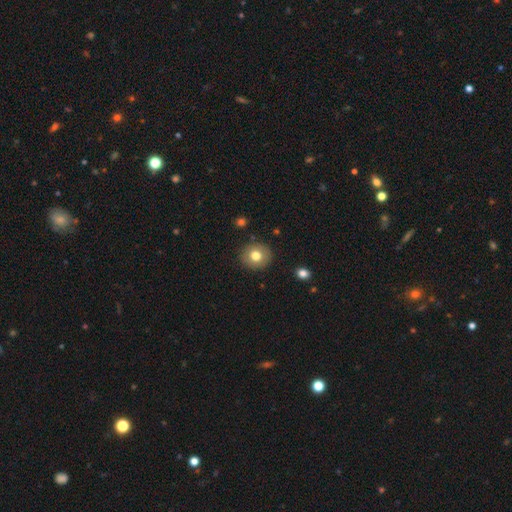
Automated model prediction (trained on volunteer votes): Overall: smooth (75%). How rounded: round (87%). Merging: none (89%).